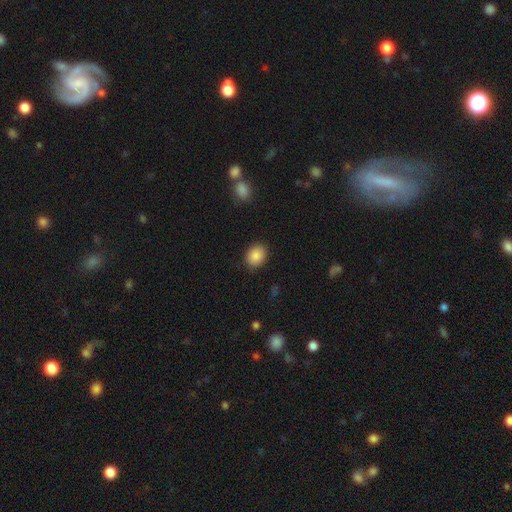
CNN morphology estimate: Smooth or featured? smooth (87%)
How rounded? in between (51%)
Merging? none (88%)